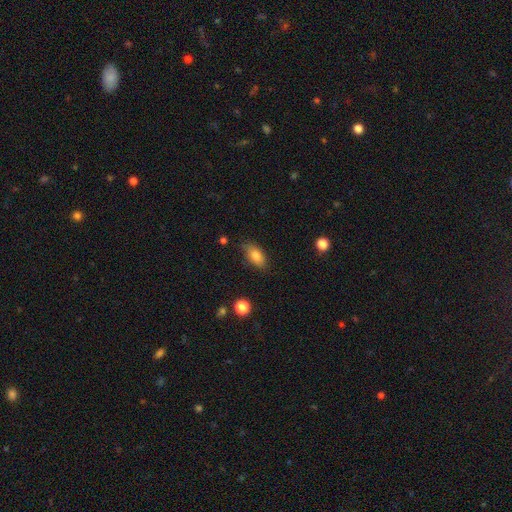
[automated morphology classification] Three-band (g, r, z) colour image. It shows a smooth galaxy with no disk features (81%) that is in between round and cigar-shaped (88%). Merging: none (77%).